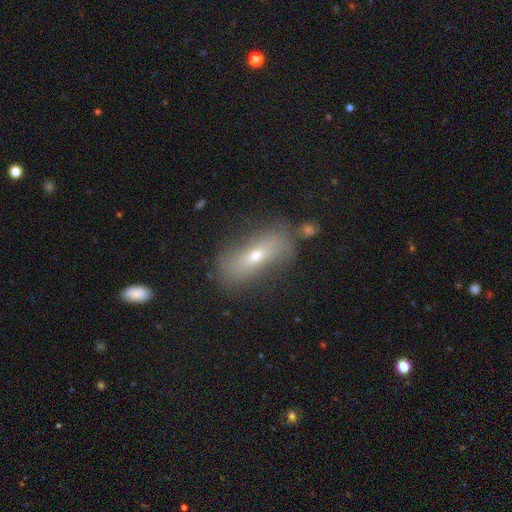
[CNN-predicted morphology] A smooth galaxy with no disk features (47%). Merging: none (72%).